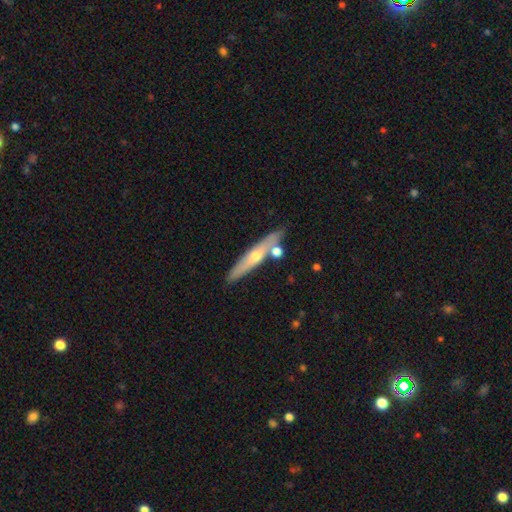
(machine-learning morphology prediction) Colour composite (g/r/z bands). It shows a featured or disk galaxy (58%) viewed edge-on (85%). Merging: none (76%).